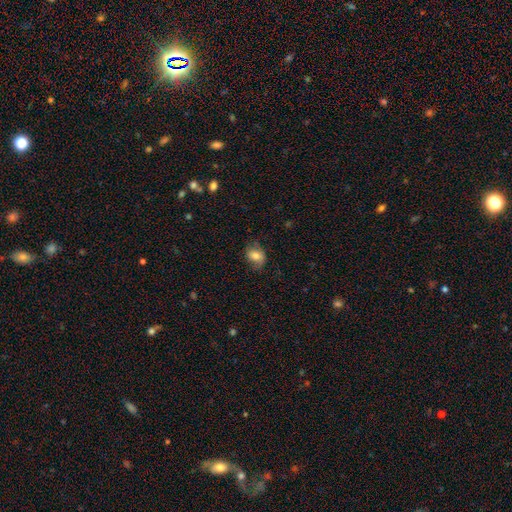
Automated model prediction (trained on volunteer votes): This appears to be a smooth galaxy with no disk features (72%) that is in between round and cigar-shaped (64%). Merging: none (67%).